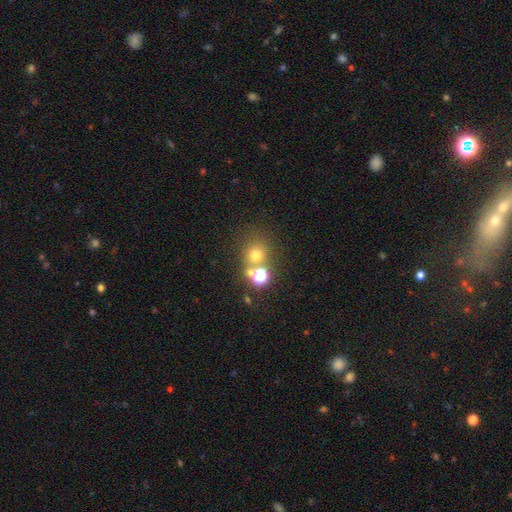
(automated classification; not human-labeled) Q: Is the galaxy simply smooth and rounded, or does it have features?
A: smooth — 65%.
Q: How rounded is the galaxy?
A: round — 87%.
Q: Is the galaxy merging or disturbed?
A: none — 61%.